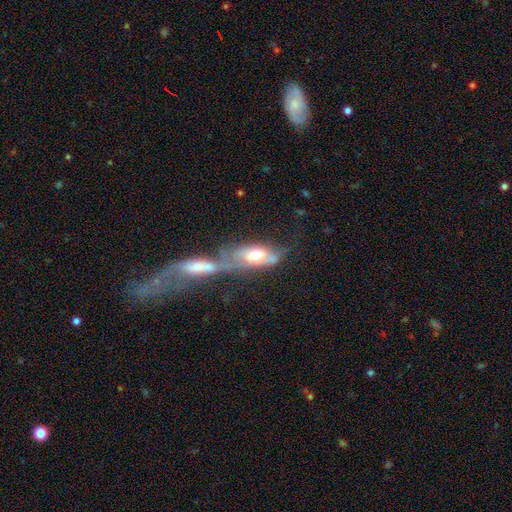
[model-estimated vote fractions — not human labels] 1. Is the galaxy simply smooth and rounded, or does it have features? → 48% smooth, 45% featured or disk, 8% star or artifact.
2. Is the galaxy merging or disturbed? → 63% merger, 16% none, 11% major disturbance, 10% minor disturbance.